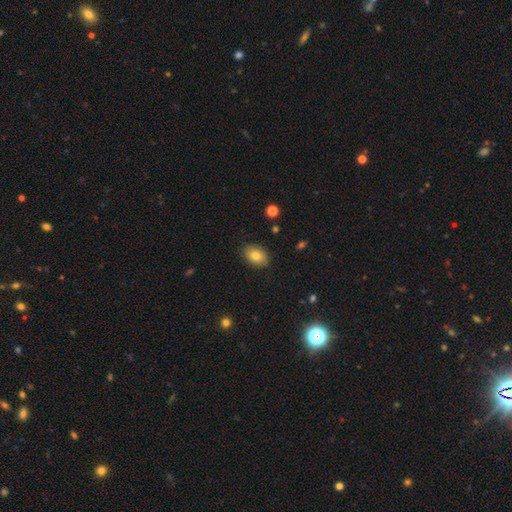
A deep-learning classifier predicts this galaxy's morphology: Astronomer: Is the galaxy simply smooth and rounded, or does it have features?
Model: smooth — 82%.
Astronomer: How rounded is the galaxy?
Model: in between — 84%.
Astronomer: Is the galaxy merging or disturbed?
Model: none — 88%.